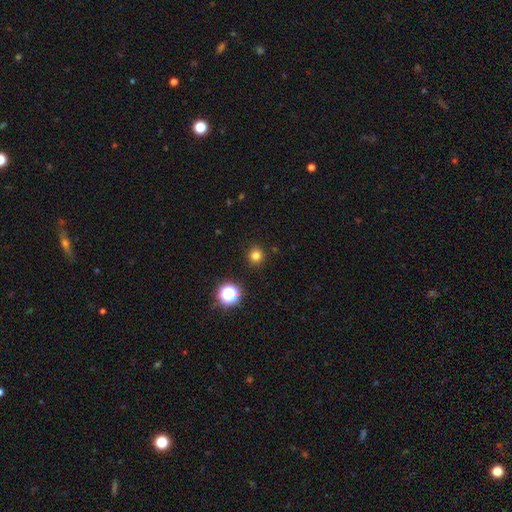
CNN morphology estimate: smooth_or_featured: smooth (p=0.79) [alt: star or artifact p=0.17]
how_rounded: round (p=0.92) [alt: in between p=0.07]
merging: none (p=0.90) [alt: minor disturbance p=0.06]